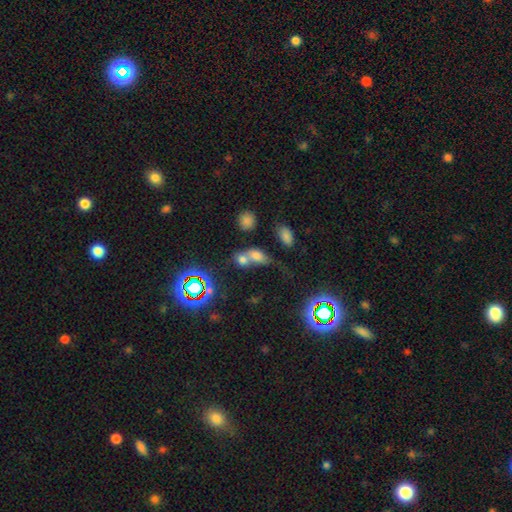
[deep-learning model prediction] Smooth or featured? Predicted: smooth (p=0.63). How rounded? Predicted: in between (p=0.61). Merging? Predicted: merger (p=0.57).